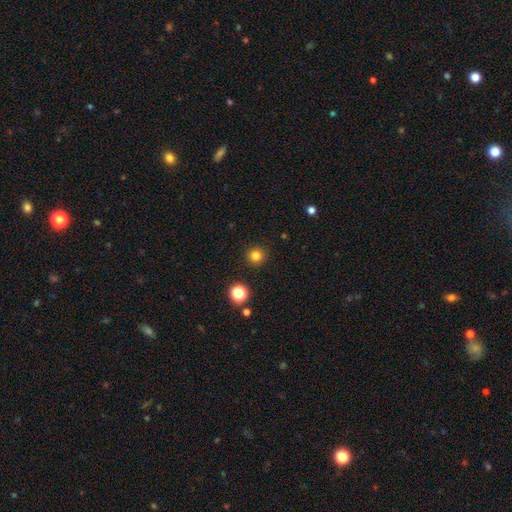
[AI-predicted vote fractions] The model was most divided on "smooth or featured": smooth: 81%, star or artifact: 14%, featured or disk: 5%. More confident: how rounded — round (95%); merging — none (92%).